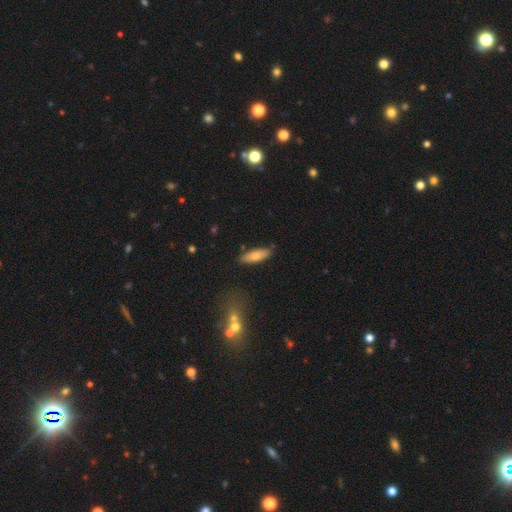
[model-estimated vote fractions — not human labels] Smooth or featured? smooth (75%)
How rounded? in between (58%)
Merging? none (82%)